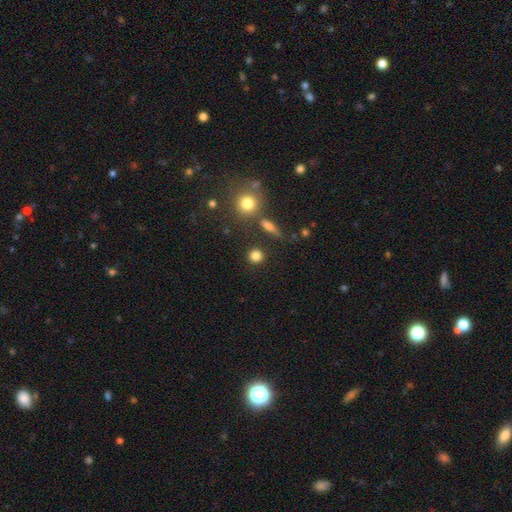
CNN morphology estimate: A smooth galaxy with no disk features (83%) that is round (90%). Merging: none (86%).